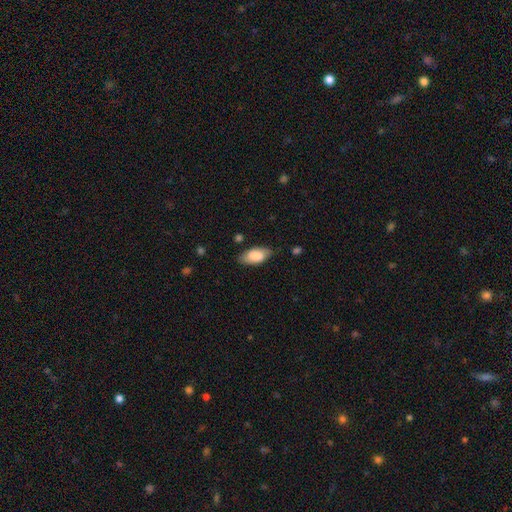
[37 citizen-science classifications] A smooth galaxy with no disk features (65%) that is in between round and cigar-shaped (100%). Merging: none (72%).